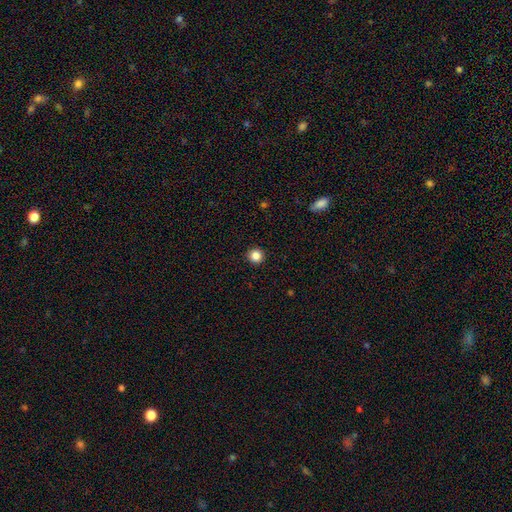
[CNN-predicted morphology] Smooth or featured?
  - smooth: 85% *
  - star or artifact: 11%
  - featured or disk: 4%
How rounded?
  - round: 95% *
  - in between: 5%
  - cigar-shaped: 1%
Merging?
  - none: 93% *
  - minor disturbance: 5%
  - major disturbance: 2%
  - merger: 1%